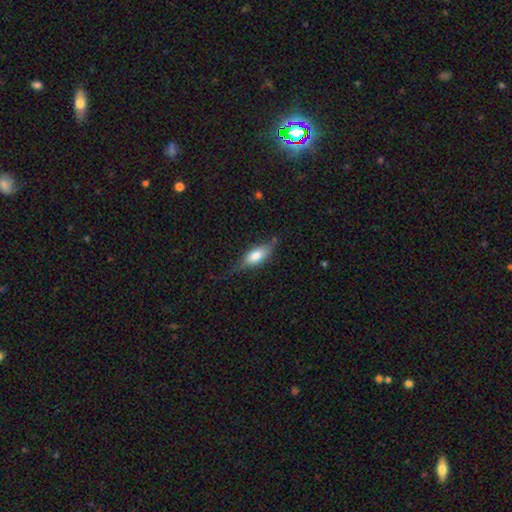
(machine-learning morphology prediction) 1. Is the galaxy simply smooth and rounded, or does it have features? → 65% smooth, 28% featured or disk, 7% star or artifact.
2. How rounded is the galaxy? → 73% in between, 23% cigar-shaped, 4% round.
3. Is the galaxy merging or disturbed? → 59% none, 28% minor disturbance, 10% major disturbance, 2% merger.